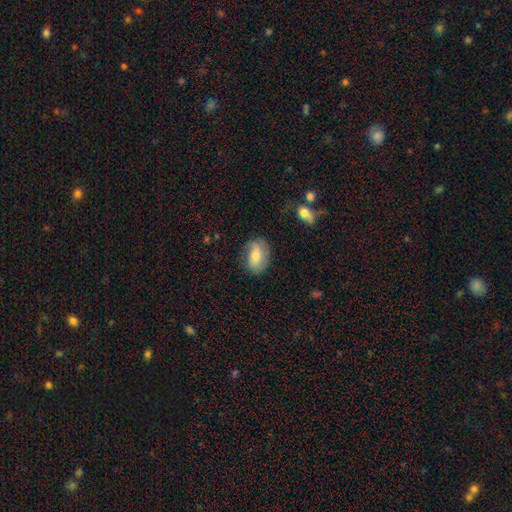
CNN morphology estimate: This is likely a smooth galaxy (61%). How rounded: clearly in between (81%). Merging: likely none (72%).